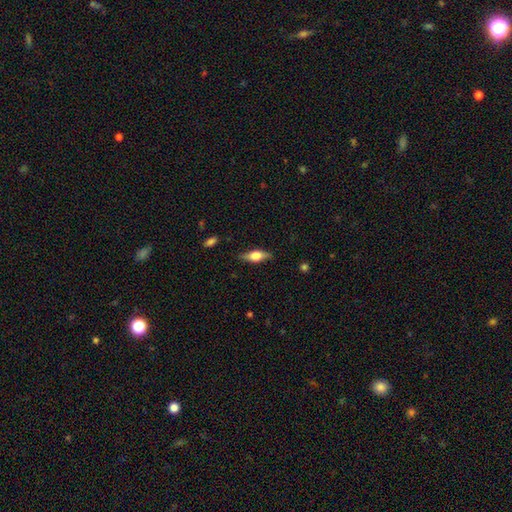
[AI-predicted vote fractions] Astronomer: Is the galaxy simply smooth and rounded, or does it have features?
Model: featured or disk — 47%, tied with smooth at 47%.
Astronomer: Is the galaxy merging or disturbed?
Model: none — 83%.